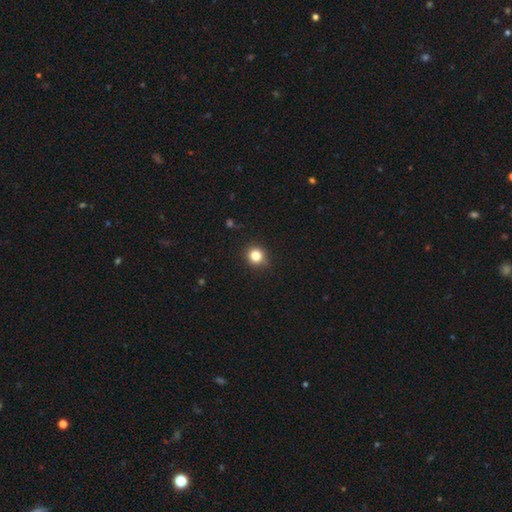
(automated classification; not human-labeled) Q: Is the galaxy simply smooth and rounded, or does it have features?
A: smooth — 82%.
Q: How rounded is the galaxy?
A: round — 87%.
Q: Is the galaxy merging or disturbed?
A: none — 86%.